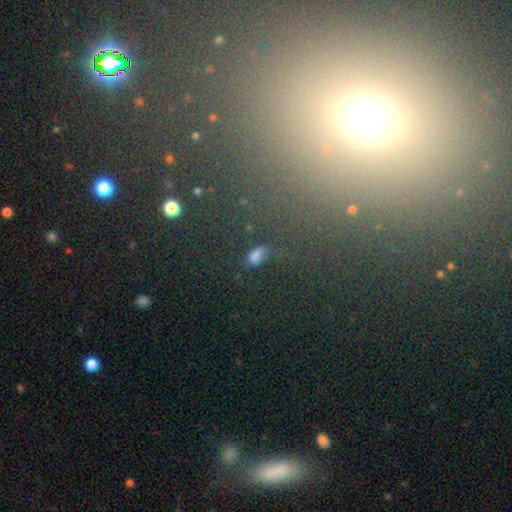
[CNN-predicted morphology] Smooth or featured? smooth (65%)
How rounded? in between (85%)
Merging? none (65%)